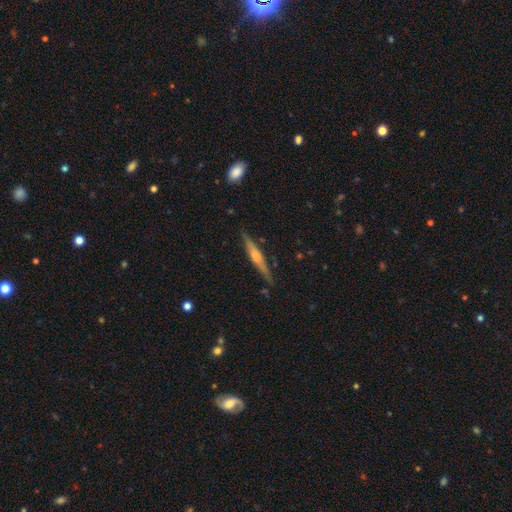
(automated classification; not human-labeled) This is likely a featured or disk galaxy (62%). It is clearly viewed edge-on (97%). Edge-on bulge: likely rounded (69%). Merging: clearly none (85%).